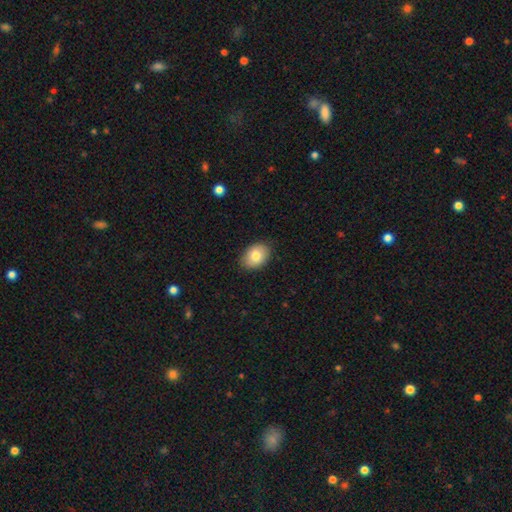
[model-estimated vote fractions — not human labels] This appears to be a smooth galaxy with no disk features (81%) that is in between round and cigar-shaped (77%). Merging: none (87%).